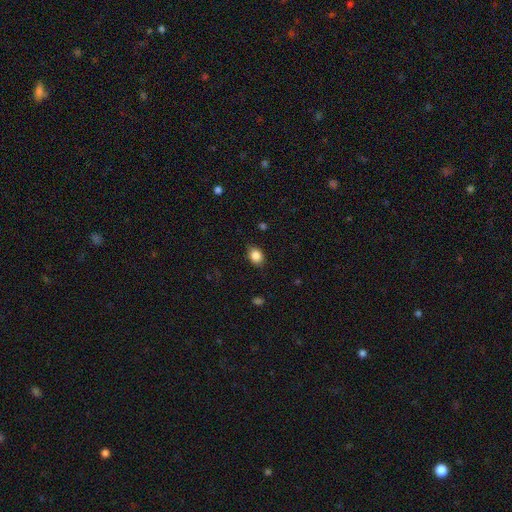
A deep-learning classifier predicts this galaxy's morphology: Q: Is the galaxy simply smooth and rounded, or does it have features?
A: smooth — 86%.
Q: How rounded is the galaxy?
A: in between — 62%.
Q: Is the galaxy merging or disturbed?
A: none — 83%.